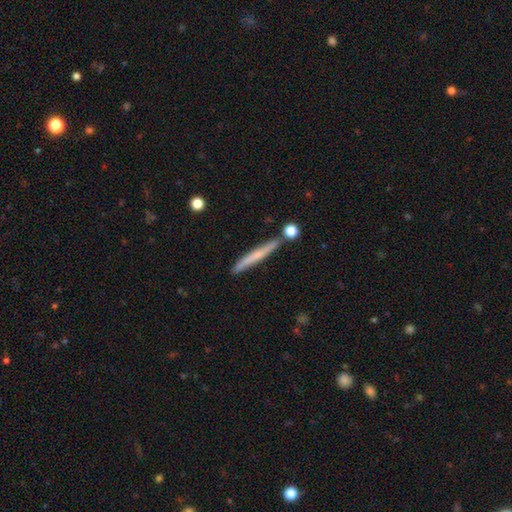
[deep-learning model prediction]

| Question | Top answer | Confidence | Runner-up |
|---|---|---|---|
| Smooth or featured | smooth | 50% | featured or disk (43%) |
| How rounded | cigar-shaped | 96% | in between (3%) |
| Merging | none | 81% | minor disturbance (11%) |